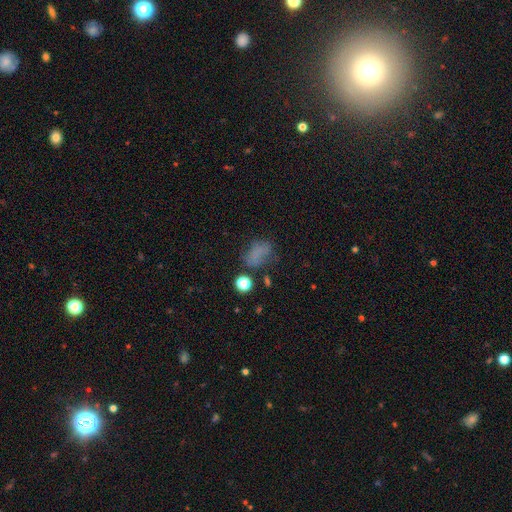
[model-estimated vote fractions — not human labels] smooth-or-featured: smooth: 67% | star or artifact: 19% | featured or disk: 14%
  how-rounded: in between: 73% | round: 25% | cigar-shaped: 2%
  merging: none: 48% | minor disturbance: 25% | major disturbance: 20% | merger: 7%